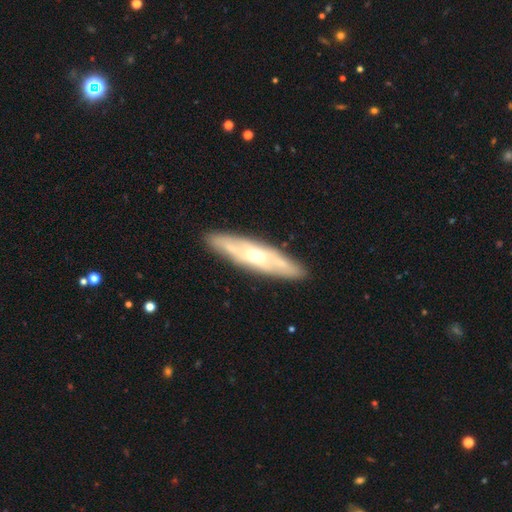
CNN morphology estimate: Overall: featured or disk (67%; smooth 27%). Edge-on disk: yes (54%; no 46%). Merging: none (87%).